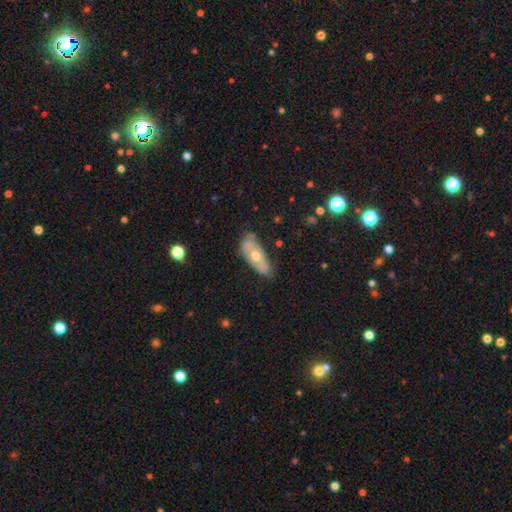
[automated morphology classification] type=featured or disk (48%); merging=none (63%).